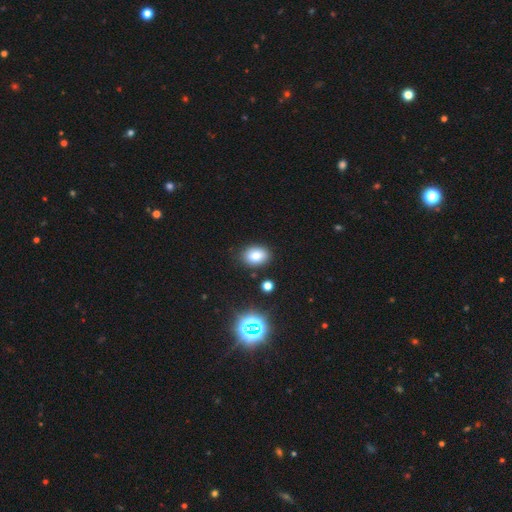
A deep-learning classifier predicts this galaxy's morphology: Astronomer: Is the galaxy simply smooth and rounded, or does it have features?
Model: smooth — 79%.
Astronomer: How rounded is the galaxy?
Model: in between — 71%.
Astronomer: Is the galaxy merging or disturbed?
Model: none — 86%.